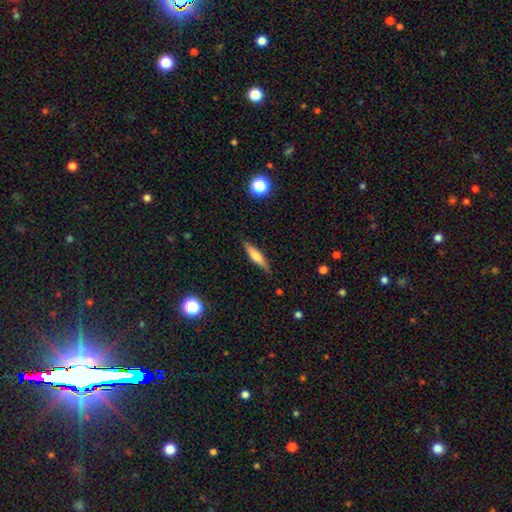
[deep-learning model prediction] smooth_or_featured: smooth (p=0.54) [alt: featured or disk p=0.39]
how_rounded: cigar-shaped (p=0.80) [alt: in between p=0.18]
merging: none (p=0.86) [alt: minor disturbance p=0.11]